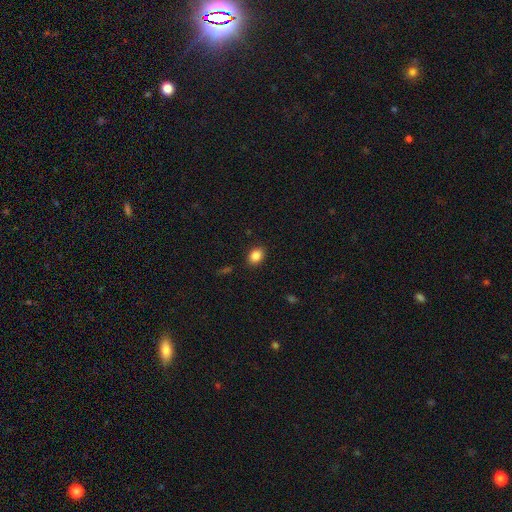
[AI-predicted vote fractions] A smooth galaxy with no disk features (86%) that is in between round and cigar-shaped (65%).

Vote fractions:
- Smooth or featured? smooth: 86% / star or artifact: 9% / featured or disk: 5%
- How rounded? in between: 65% / round: 34% / cigar-shaped: 1%
- Merging? none: 88% / minor disturbance: 8% / major disturbance: 2% / merger: 1%